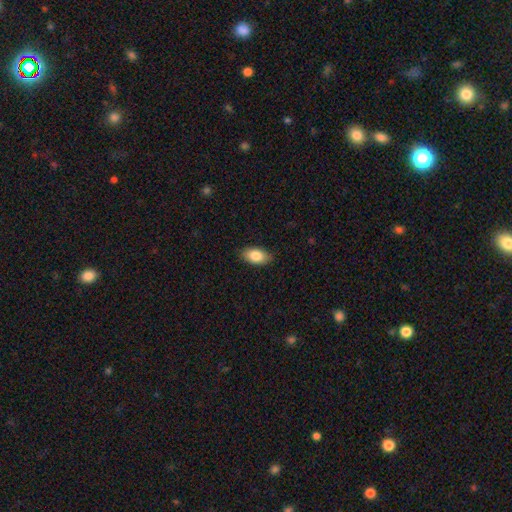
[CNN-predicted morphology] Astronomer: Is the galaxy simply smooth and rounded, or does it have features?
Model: smooth — 84%.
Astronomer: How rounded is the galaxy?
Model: in between — 92%.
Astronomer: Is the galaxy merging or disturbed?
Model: none — 87%.